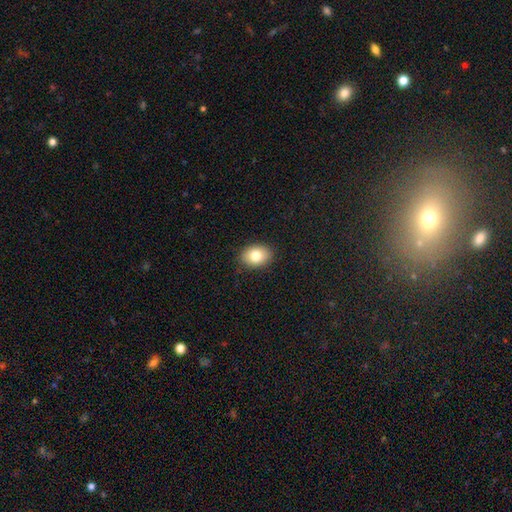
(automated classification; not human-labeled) This appears to be a smooth galaxy with no disk features (80%) that is in between round and cigar-shaped (72%). Merging: none (88%).